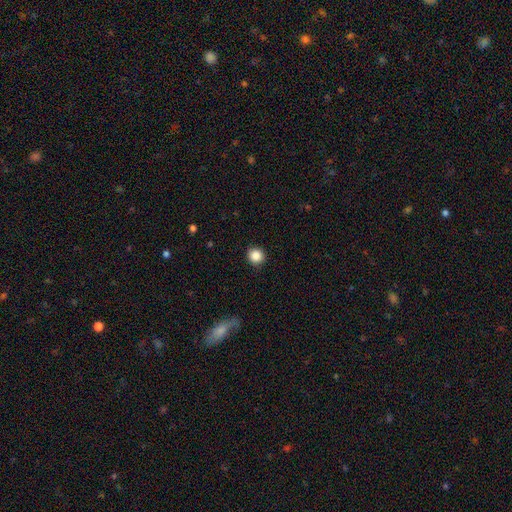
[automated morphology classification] smooth 87%, star or artifact 10%, featured or disk 3%. Down the decision tree: how rounded — round (93%); merging — none (91%).